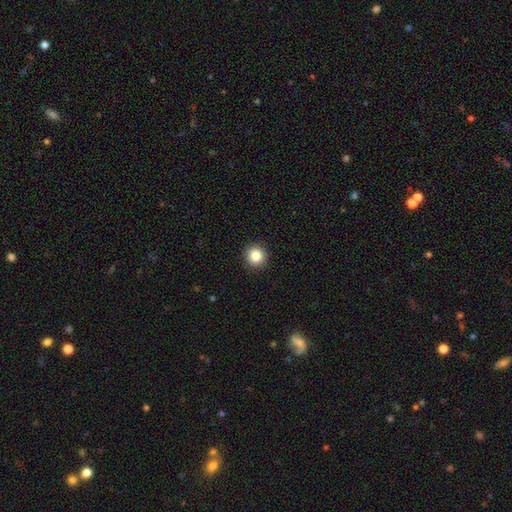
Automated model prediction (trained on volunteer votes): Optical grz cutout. It shows a smooth galaxy with no disk features (85%) that is round (93%). Merging: none (93%).